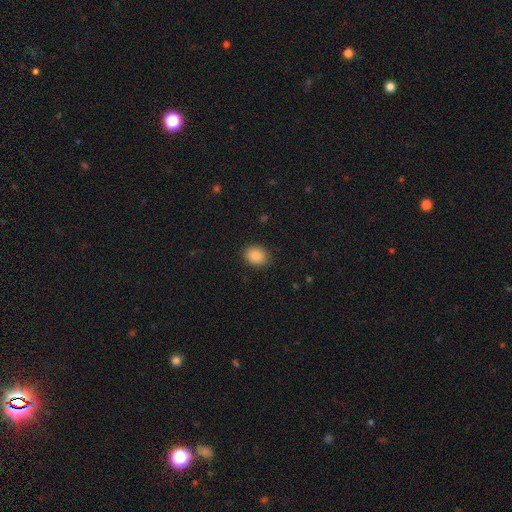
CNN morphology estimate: This appears to be a smooth galaxy with no disk features (88%) that is in between round and cigar-shaped (56%). Merging: none (88%).